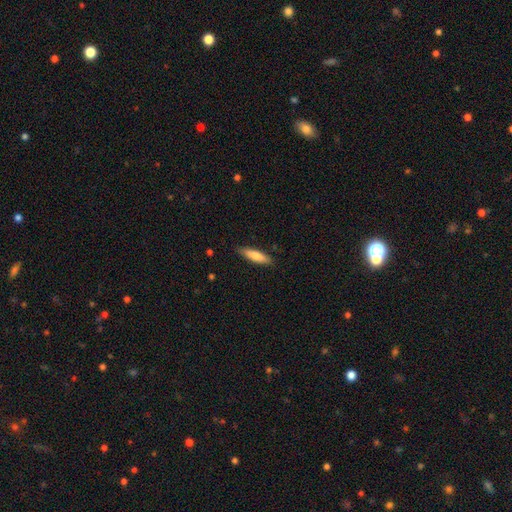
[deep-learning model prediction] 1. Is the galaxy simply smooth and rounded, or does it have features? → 78% smooth, 16% featured or disk, 6% star or artifact.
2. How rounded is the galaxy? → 67% cigar-shaped, 31% in between, 1% round.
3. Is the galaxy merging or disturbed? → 86% none, 11% minor disturbance, 2% major disturbance, 1% merger.